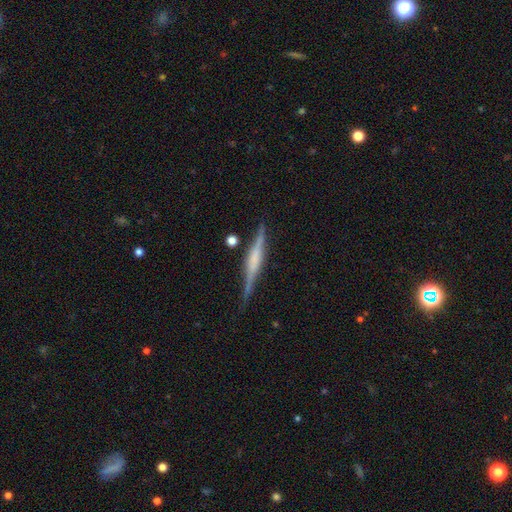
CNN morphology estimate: type=featured or disk (71%); edge-on=yes (97%); edge-on bulge=rounded (38%); merging=none (81%).